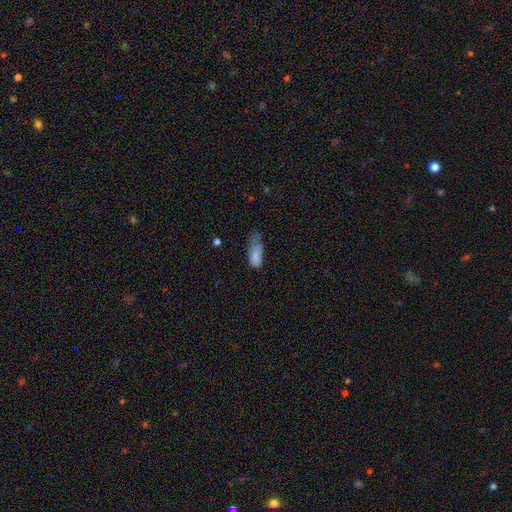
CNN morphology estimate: Overall: smooth (80%). How rounded: in between (85%). Merging: minor disturbance (41%; major disturbance 32%).